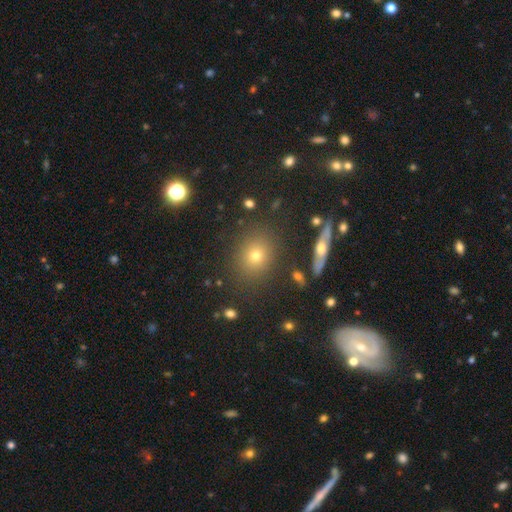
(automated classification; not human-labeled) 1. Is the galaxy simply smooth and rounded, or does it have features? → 69% smooth, 18% star or artifact, 13% featured or disk.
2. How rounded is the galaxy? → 65% round, 32% in between, 2% cigar-shaped.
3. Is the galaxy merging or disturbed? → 85% none, 8% minor disturbance, 3% merger, 3% major disturbance.